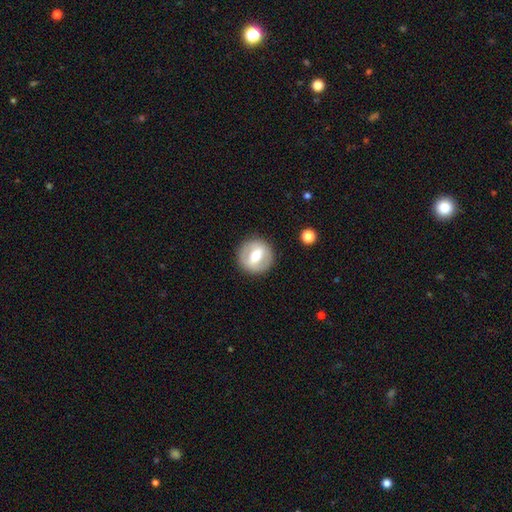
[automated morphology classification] Overall: featured or disk (53%; smooth 41%). Edge-on disk: no (90%). Merging: none (88%).